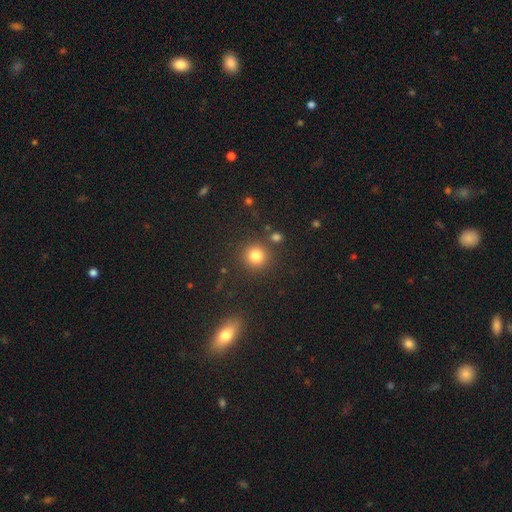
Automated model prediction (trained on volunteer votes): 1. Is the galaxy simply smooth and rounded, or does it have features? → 81% smooth, 13% star or artifact, 5% featured or disk.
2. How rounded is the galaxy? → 92% round, 7% in between, 1% cigar-shaped.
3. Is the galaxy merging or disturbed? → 84% none, 7% minor disturbance, 5% merger, 3% major disturbance.